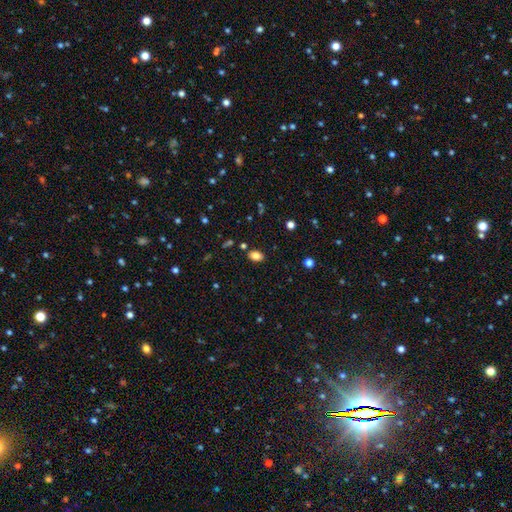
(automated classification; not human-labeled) This is clearly a smooth galaxy (83%). How rounded: likely in between (79%). Merging: clearly none (84%).